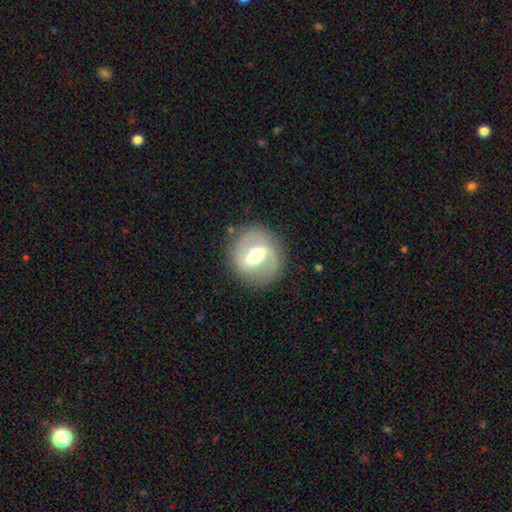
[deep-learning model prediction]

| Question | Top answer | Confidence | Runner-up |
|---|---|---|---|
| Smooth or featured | featured or disk | 67% | smooth (27%) |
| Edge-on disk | no | 94% | yes (6%) |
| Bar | strong | 47% | weak (41%) |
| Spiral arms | yes | 61% | no (39%) |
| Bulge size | moderate | 66% | small (16%) |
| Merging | none | 83% | minor disturbance (10%) |